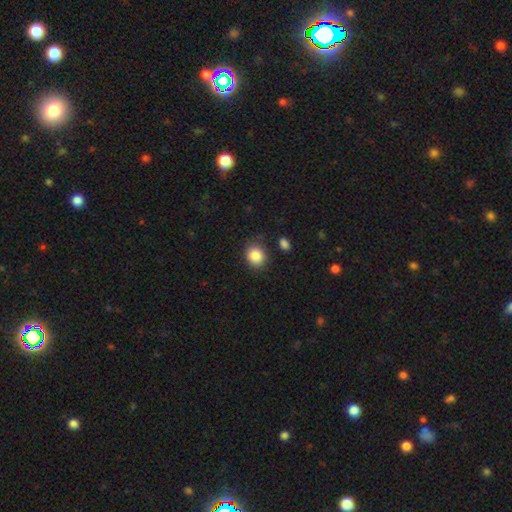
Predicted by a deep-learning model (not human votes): This appears to be a smooth galaxy with no disk features (86%) that is round (68%). Merging: none (82%).